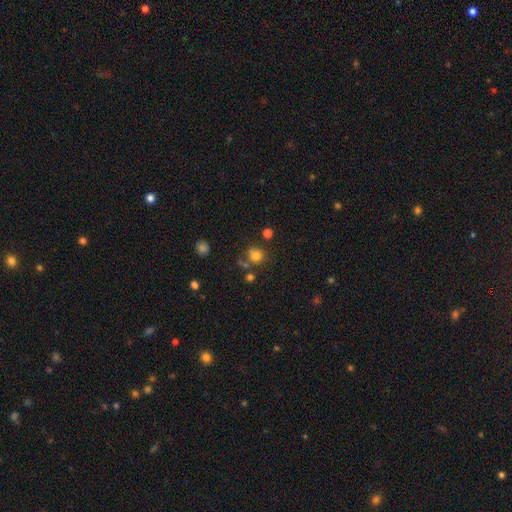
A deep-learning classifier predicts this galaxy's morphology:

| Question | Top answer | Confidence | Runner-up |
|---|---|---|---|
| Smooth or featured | smooth | 77% | star or artifact (15%) |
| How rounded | round | 82% | in between (17%) |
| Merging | none | 66% | merger (14%) |